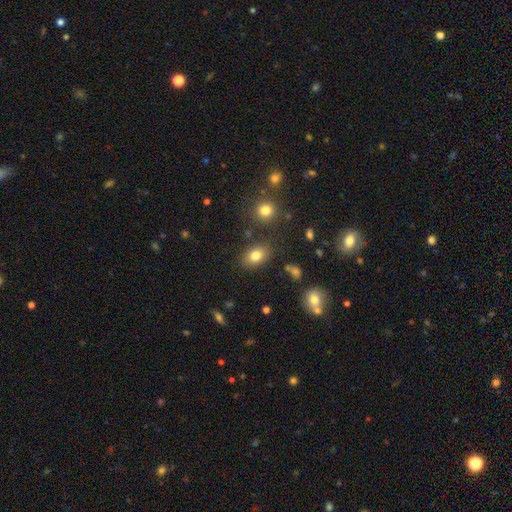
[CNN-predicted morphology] smooth 80%, star or artifact 10%, featured or disk 10%. Down the decision tree: how rounded — in between (81%); merging — none (81%).